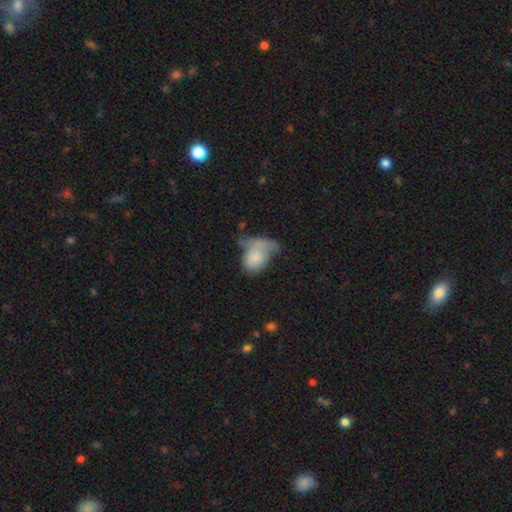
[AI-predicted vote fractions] Smooth or featured?
  - smooth: 65% *
  - featured or disk: 28%
  - star or artifact: 8%
How rounded?
  - in between: 73% *
  - round: 26%
  - cigar-shaped: 2%
Merging?
  - major disturbance: 42% *
  - minor disturbance: 22%
  - none: 19%
  - merger: 17%